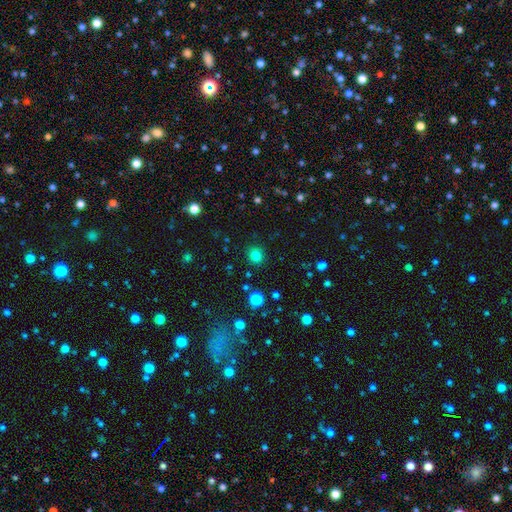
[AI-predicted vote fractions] Q: Smooth or featured?
A: smooth (81%); runner-up: star or artifact (14%)
Q: How rounded?
A: round (88%); runner-up: in between (11%)
Q: Merging?
A: none (89%); runner-up: minor disturbance (6%)